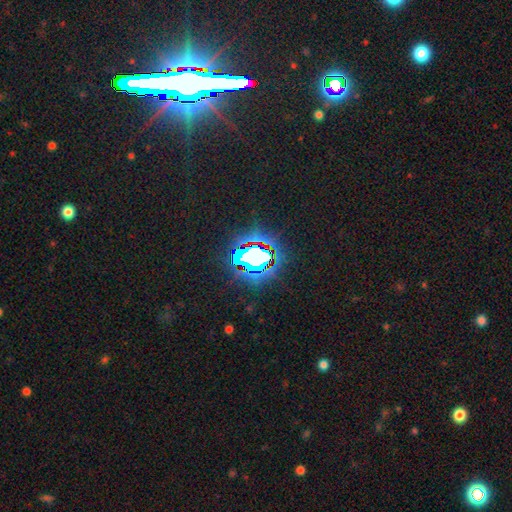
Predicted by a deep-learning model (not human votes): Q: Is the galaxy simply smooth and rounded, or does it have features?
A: star or artifact — 67%.